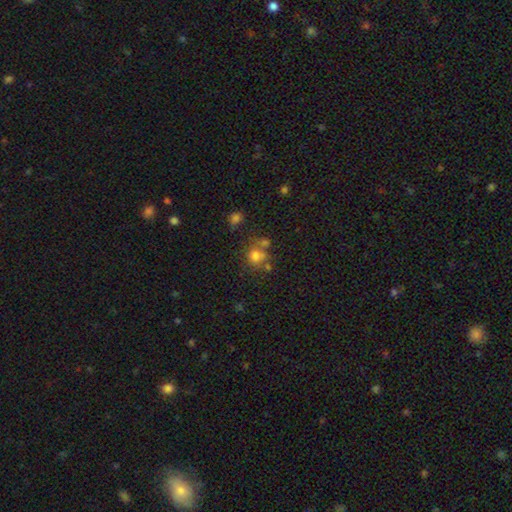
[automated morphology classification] smooth-or-featured: smooth: 71% | star or artifact: 16% | featured or disk: 13%
  how-rounded: round: 79% | in between: 20% | cigar-shaped: 1%
  merging: none: 50% | merger: 31% | minor disturbance: 12% | major disturbance: 6%